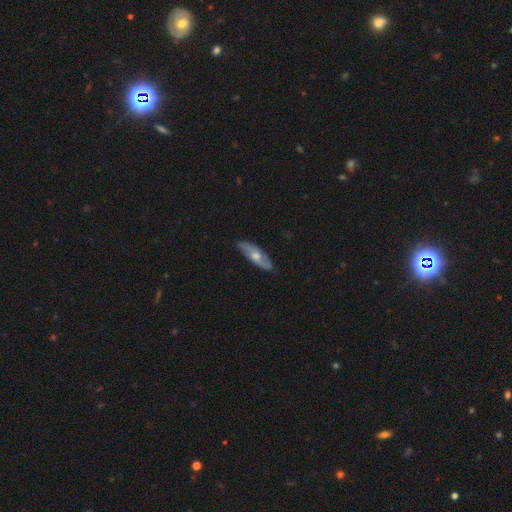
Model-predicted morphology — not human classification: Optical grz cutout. It shows a featured or disk galaxy (61%). Merging: none (85%).